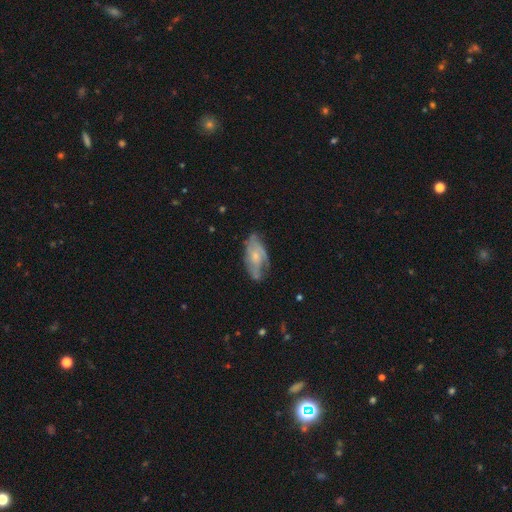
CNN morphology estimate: This is likely a featured or disk galaxy (64%). It is clearly not viewed edge-on (93%). Bar: likely no (74%). Spiral arm pattern: likely yes (77%). Central bulge: possibly small (56%). Merging: possibly none (57%).